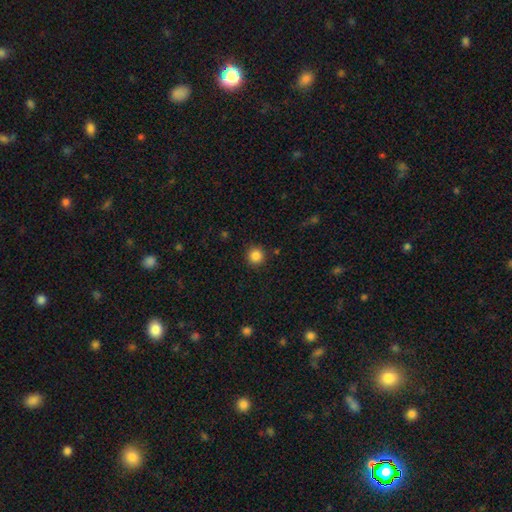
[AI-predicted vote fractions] Overall: smooth (85%). How rounded: round (94%). Merging: none (90%).